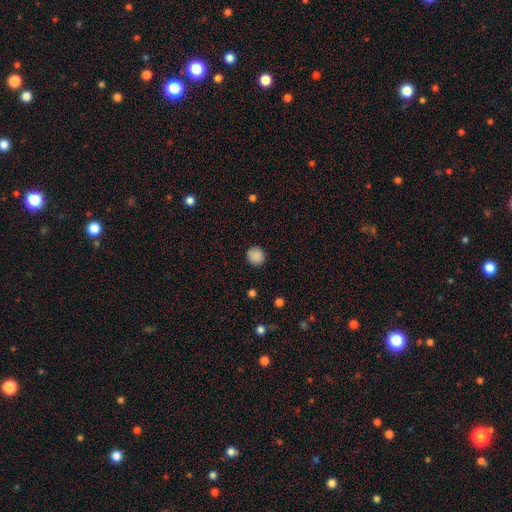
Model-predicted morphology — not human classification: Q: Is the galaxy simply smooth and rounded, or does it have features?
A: smooth — 88%.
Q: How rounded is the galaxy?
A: round — 91%.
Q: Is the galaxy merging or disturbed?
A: none — 90%.